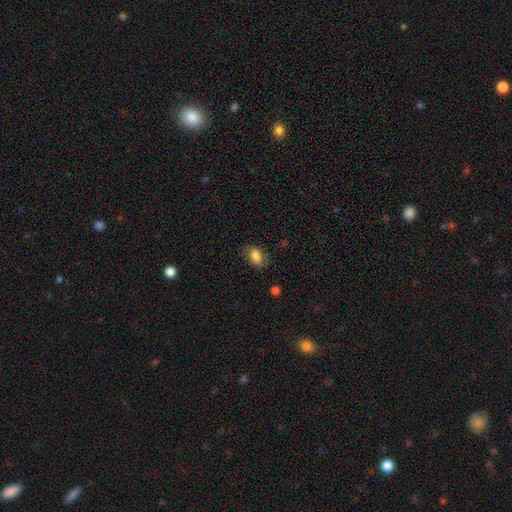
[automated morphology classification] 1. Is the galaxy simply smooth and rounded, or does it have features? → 82% smooth, 10% featured or disk, 8% star or artifact.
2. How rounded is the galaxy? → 88% in between, 10% round, 2% cigar-shaped.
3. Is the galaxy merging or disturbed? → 73% none, 20% minor disturbance, 6% major disturbance, 1% merger.